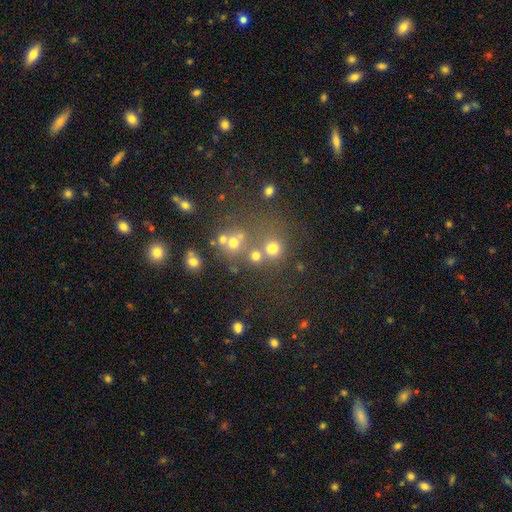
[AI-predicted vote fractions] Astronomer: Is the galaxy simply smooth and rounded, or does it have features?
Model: smooth — 68%.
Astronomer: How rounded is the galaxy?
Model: round — 86%.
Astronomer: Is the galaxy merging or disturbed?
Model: none — 61%.